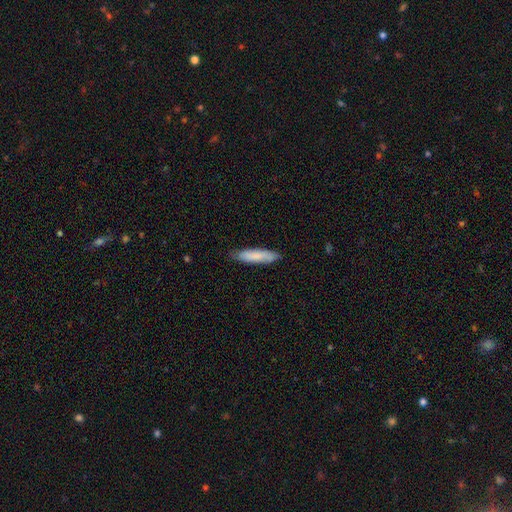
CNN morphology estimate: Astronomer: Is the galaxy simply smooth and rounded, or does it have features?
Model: smooth — 79%.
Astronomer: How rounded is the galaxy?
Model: cigar-shaped — 78%.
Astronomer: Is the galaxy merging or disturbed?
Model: none — 83%.